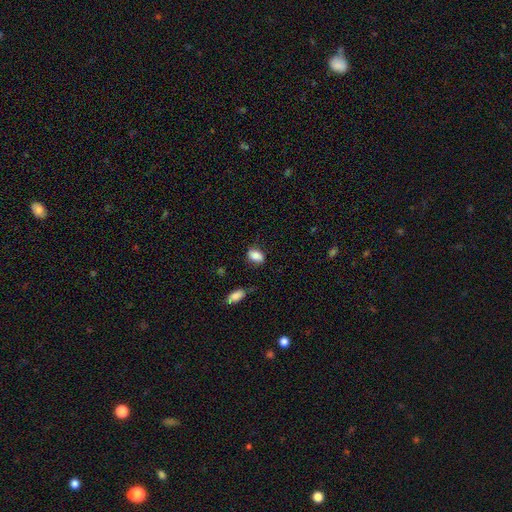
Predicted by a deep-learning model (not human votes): Morphology: type=smooth (85%); roundness=in between (85%); merging=none (74%).